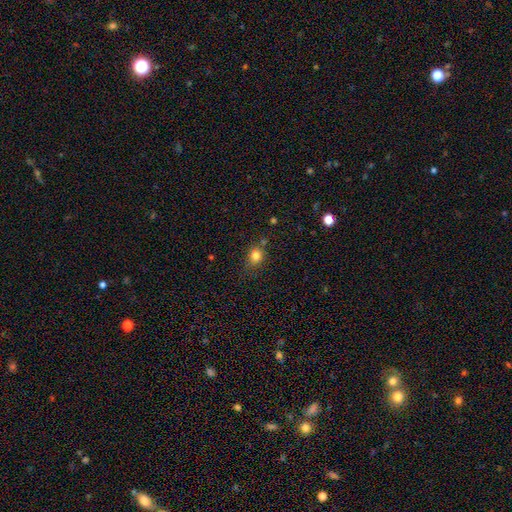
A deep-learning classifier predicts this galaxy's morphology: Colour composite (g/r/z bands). It shows a smooth galaxy with no disk features (81%) that is round (63%). Merging: none (67%).